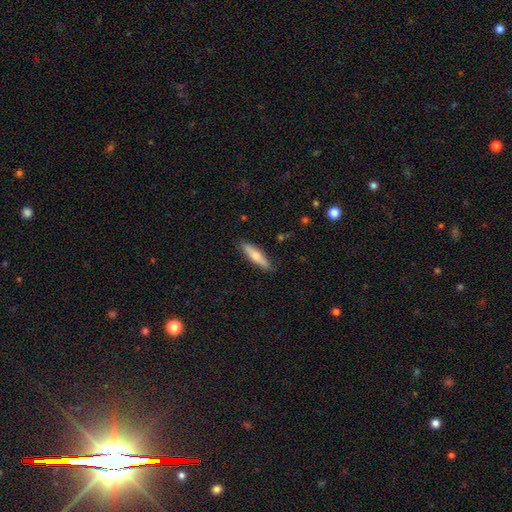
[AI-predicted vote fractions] Smooth or featured: smooth — 60% (featured or disk — 34%)
How rounded: cigar-shaped — 74% (in between — 24%)
Merging: none — 86% (minor disturbance — 11%)